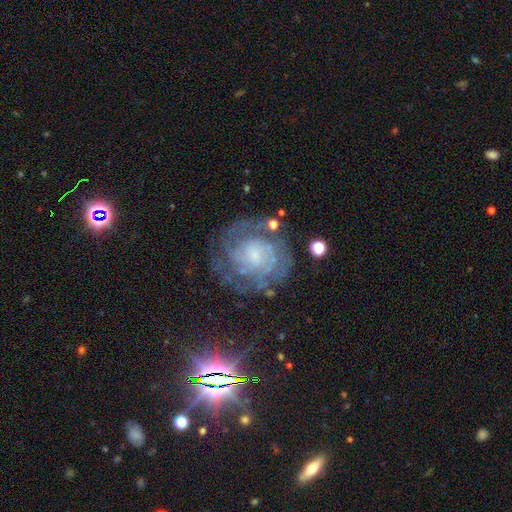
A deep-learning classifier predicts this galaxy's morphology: Overall: featured or disk (77%). Edge-on disk: no (97%). Bar: no (64%; weak 30%). Spiral arms: yes (88%). Spiral arm count: can't tell (47%; 2 18%). Spiral winding: tight (64%; medium 28%). Bulge size: small (58%; moderate 22%). Merging: none (69%).